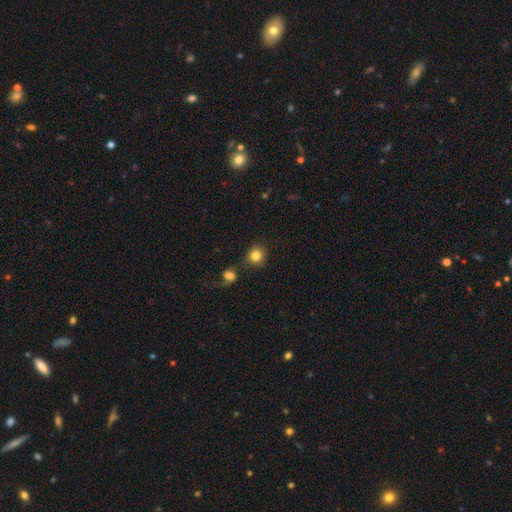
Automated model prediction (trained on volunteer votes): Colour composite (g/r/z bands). It shows a smooth galaxy with no disk features (83%) that is round (88%). Merging: none (71%).